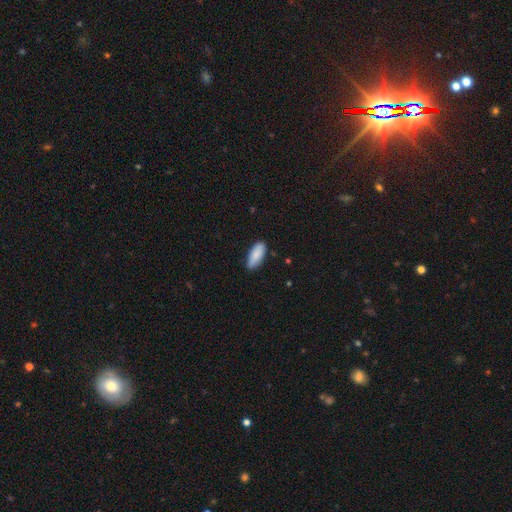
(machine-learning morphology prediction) Smooth or featured: smooth — 86% (featured or disk — 8%)
How rounded: in between — 80% (cigar-shaped — 18%)
Merging: none — 82% (minor disturbance — 14%)